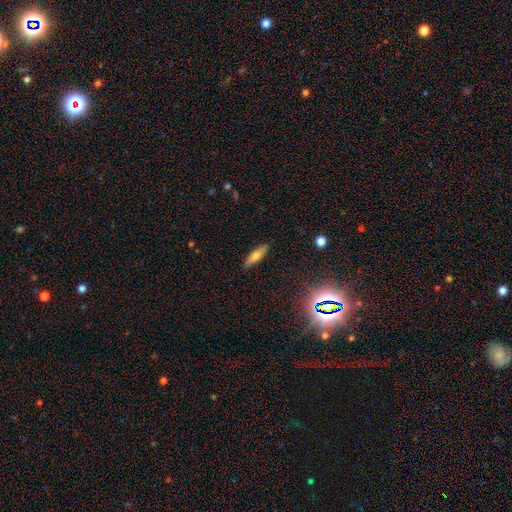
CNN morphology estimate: Smooth or featured?
  - smooth: 70% *
  - featured or disk: 21%
  - star or artifact: 9%
How rounded?
  - cigar-shaped: 59% *
  - in between: 39%
  - round: 2%
Merging?
  - none: 88% *
  - minor disturbance: 9%
  - major disturbance: 2%
  - merger: 1%